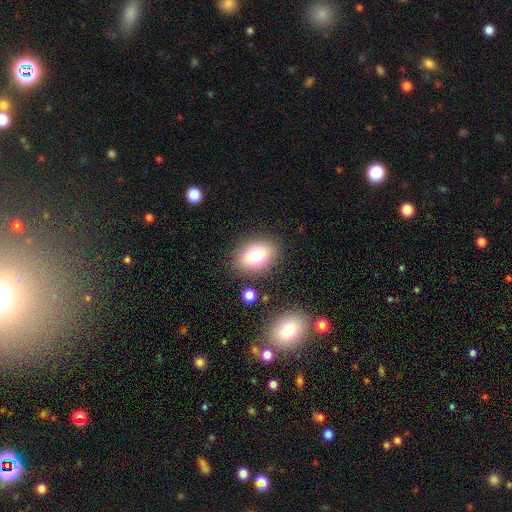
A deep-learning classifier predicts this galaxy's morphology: This appears to be a smooth galaxy with no disk features (77%) that is in between round and cigar-shaped (77%). Merging: none (84%).